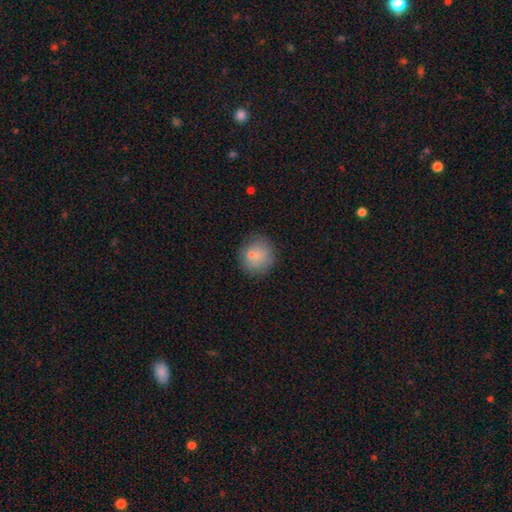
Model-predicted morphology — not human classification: smooth 78%, featured or disk 12%, star or artifact 9%. Down the decision tree: how rounded — round (88%); merging — none (73%).